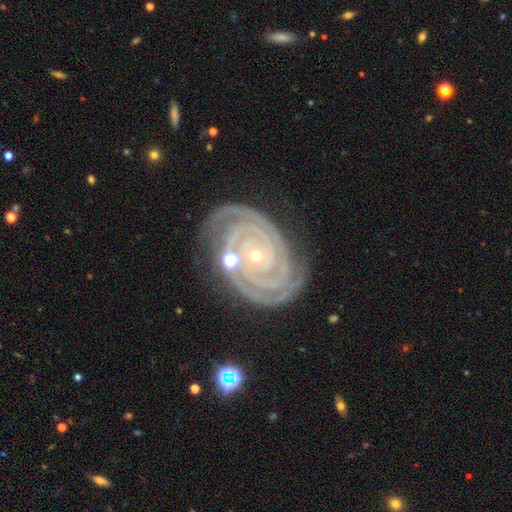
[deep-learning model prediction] Smooth or featured? Predicted: featured or disk (p=0.93). Edge-on disk? Predicted: no (p=0.98). Bar? Predicted: no (p=0.74). Spiral arms? Predicted: yes (p=0.99). Spiral winding? Predicted: tight (p=0.91). Spiral arm count? Predicted: 2 (p=0.50). Bulge size? Predicted: small (p=0.85). Merging? Predicted: none (p=0.78).